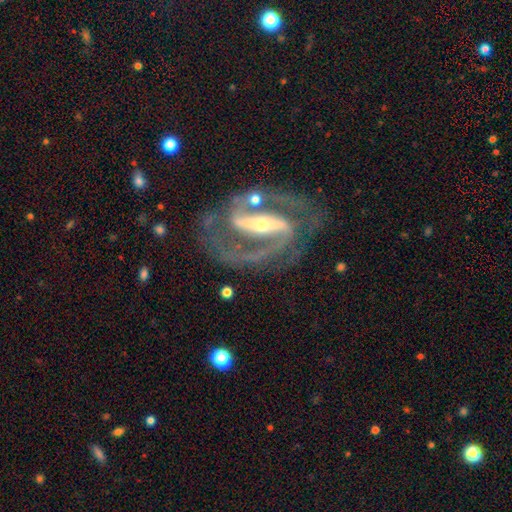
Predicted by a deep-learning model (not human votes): Smooth or featured?
  - featured or disk: 91% *
  - star or artifact: 5%
  - smooth: 4%
Edge-on disk?
  - no: 95% *
  - yes: 5%
Bar?
  - strong: 76% *
  - weak: 17%
  - no: 7%
Spiral arms?
  - yes: 97% *
  - no: 3%
Spiral winding?
  - medium: 54% *
  - tight: 34%
  - loose: 12%
Spiral arm count?
  - 2: 92% *
  - can't tell: 2%
  - 3: 2%
  - 1: 2%
  - 4: 1%
  - more than 4: 1%
Bulge size?
  - small: 57% *
  - moderate: 37%
  - large: 3%
  - none: 2%
  - dominant: 1%
Merging?
  - none: 76% *
  - minor disturbance: 13%
  - major disturbance: 8%
  - merger: 3%